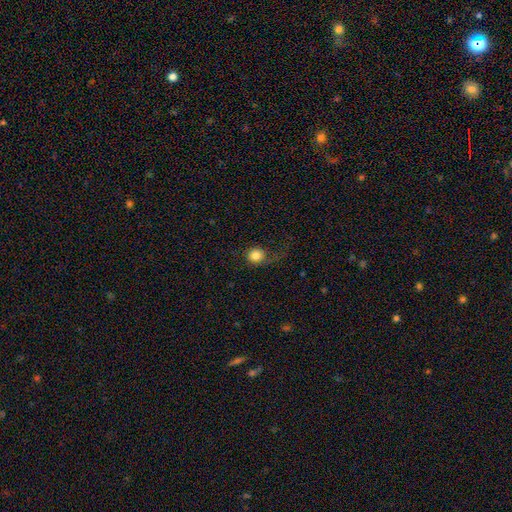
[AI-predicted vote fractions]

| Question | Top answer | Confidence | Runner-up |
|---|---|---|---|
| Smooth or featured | smooth | 81% | featured or disk (10%) |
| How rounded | round | 77% | in between (22%) |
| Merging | none | 51% | major disturbance (26%) |